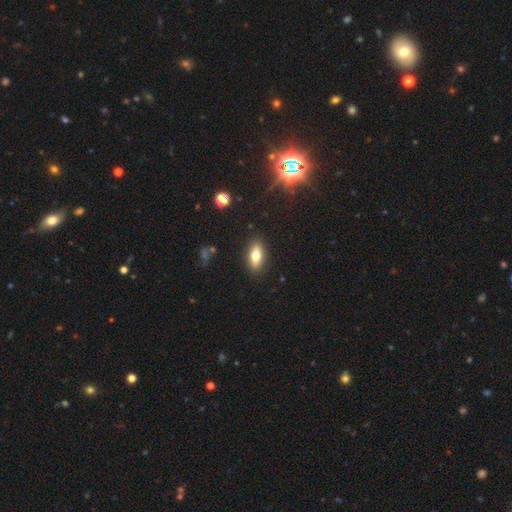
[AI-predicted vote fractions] smooth 72%, featured or disk 19%, star or artifact 8%. Down the decision tree: how rounded — in between (83%); merging — none (87%).